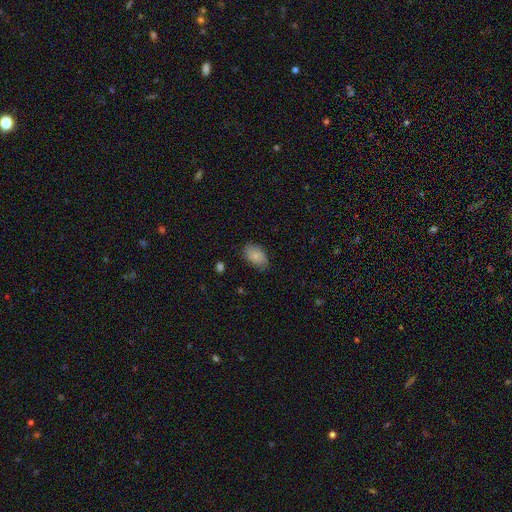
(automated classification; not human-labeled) Smooth or featured?
  - smooth: 78% *
  - featured or disk: 15%
  - star or artifact: 7%
How rounded?
  - in between: 90% *
  - round: 8%
  - cigar-shaped: 1%
Merging?
  - none: 76% *
  - minor disturbance: 19%
  - major disturbance: 4%
  - merger: 1%